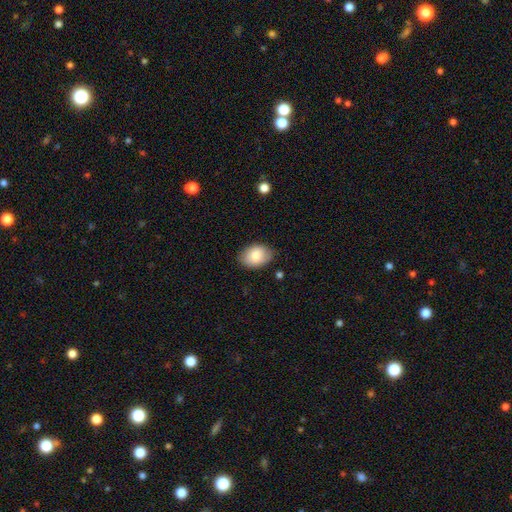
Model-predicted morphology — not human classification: Overall: smooth (83%). How rounded: in between (82%). Merging: none (81%).